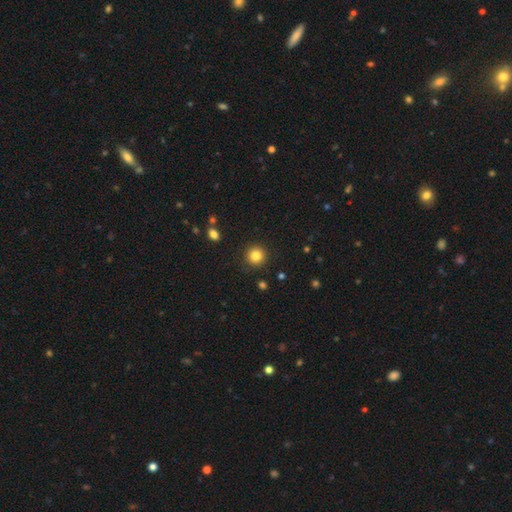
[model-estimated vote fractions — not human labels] smooth_or_featured: smooth (p=0.84) [alt: star or artifact p=0.10]
how_rounded: round (p=0.94) [alt: in between p=0.05]
merging: none (p=0.91) [alt: minor disturbance p=0.06]